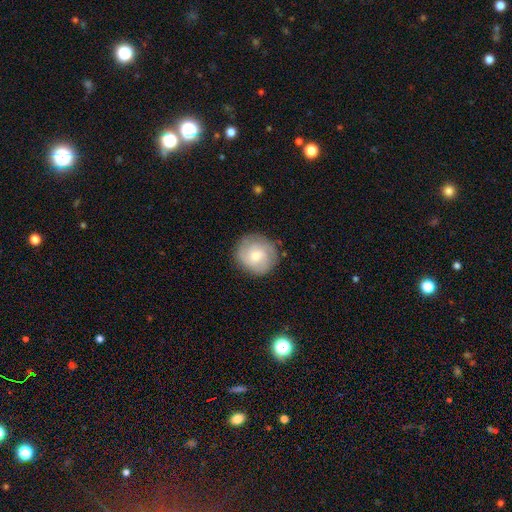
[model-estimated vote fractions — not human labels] Smooth or featured? Predicted: smooth (p=0.48). Merging? Predicted: none (p=0.83).